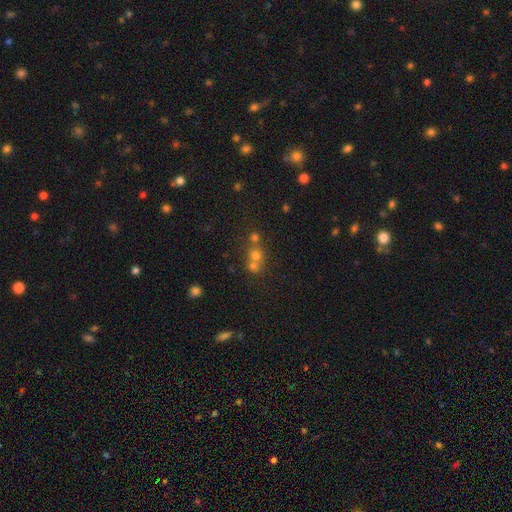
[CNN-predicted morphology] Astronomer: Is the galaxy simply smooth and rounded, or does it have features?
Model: smooth — 63%.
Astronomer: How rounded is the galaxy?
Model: round — 83%.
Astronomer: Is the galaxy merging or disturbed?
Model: merger — 52% (runner-up: none, 39%).